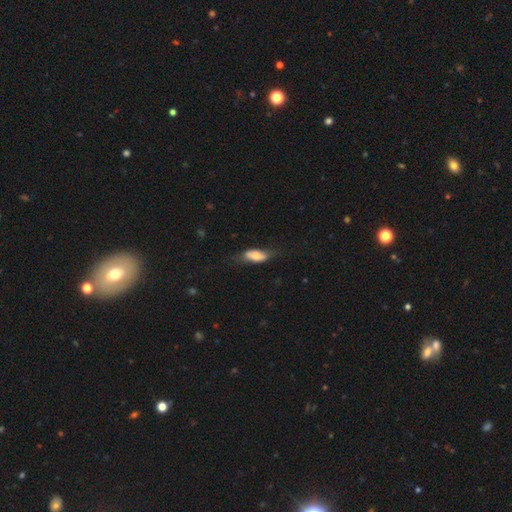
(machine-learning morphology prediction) Smooth or featured: smooth — 68% (featured or disk — 25%)
How rounded: in between — 74% (cigar-shaped — 23%)
Merging: none — 56% (minor disturbance — 28%)